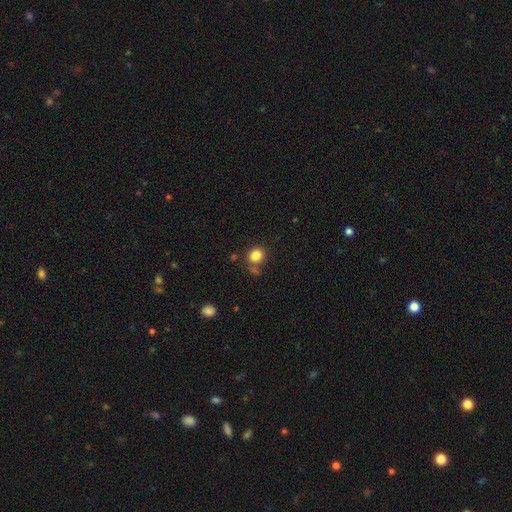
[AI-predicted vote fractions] smooth_or_featured: smooth (p=0.84) [alt: star or artifact p=0.11]
how_rounded: round (p=0.83) [alt: in between p=0.16]
merging: none (p=0.71) [alt: minor disturbance p=0.13]